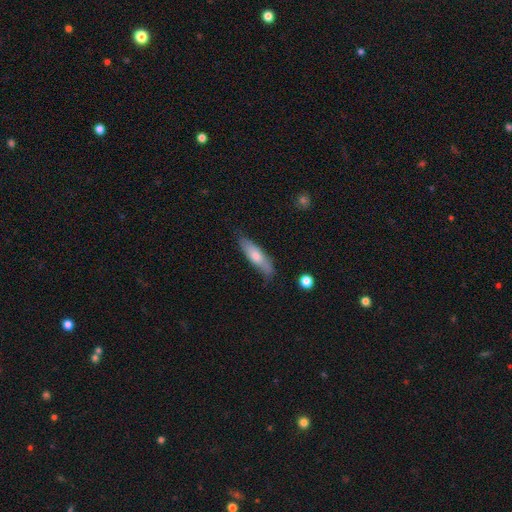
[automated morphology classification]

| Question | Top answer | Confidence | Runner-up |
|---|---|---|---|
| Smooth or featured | smooth | 65% | featured or disk (29%) |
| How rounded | cigar-shaped | 59% | in between (39%) |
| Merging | none | 74% | minor disturbance (20%) |